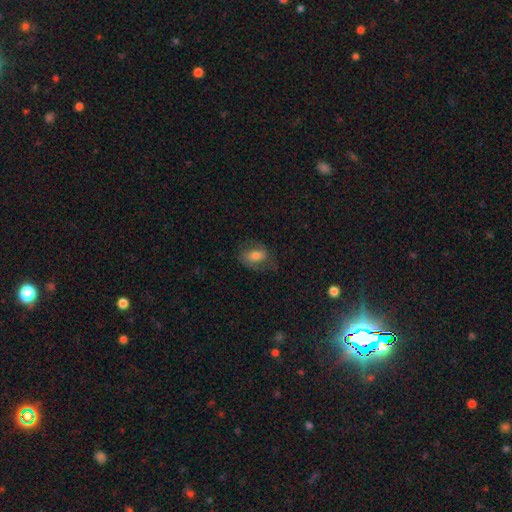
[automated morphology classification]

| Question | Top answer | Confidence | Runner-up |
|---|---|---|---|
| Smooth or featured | smooth | 56% | featured or disk (35%) |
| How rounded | in between | 74% | round (25%) |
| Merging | none | 63% | minor disturbance (22%) |